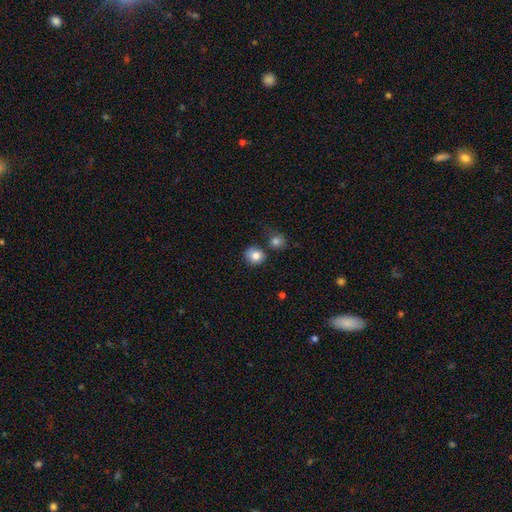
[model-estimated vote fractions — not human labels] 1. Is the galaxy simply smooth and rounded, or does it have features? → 83% smooth, 9% star or artifact, 7% featured or disk.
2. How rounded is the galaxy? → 84% round, 15% in between, 1% cigar-shaped.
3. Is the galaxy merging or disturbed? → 69% none, 15% merger, 12% minor disturbance, 4% major disturbance.